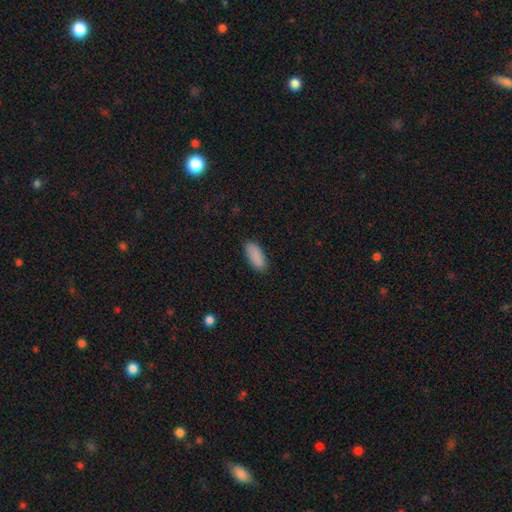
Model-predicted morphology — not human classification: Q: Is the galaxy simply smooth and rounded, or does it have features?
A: smooth — 89%.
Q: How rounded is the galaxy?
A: in between — 85%.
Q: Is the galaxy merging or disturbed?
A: none — 86%.